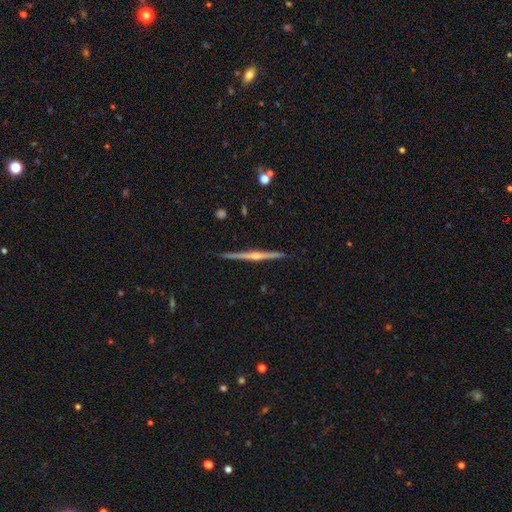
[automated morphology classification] smooth-or-featured: featured or disk: 84% | smooth: 11% | star or artifact: 6%
  disk-edge-on: yes: 99% | no: 1%
    edge-on-bulge: rounded: 85% | none: 10% | boxy: 5%
  merging: none: 91% | minor disturbance: 7% | major disturbance: 1% | merger: 1%